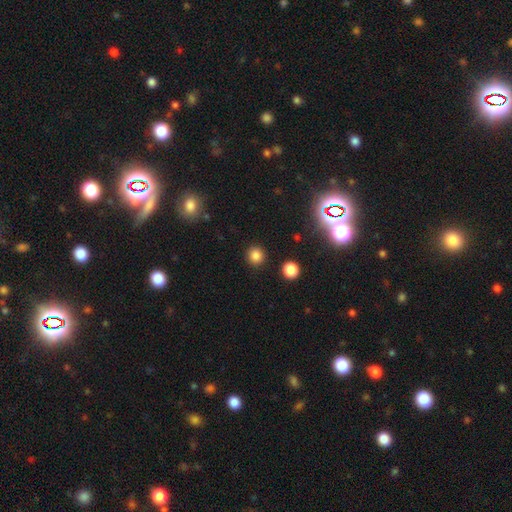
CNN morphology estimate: Overall: smooth (81%). How rounded: round (92%). Merging: none (90%).